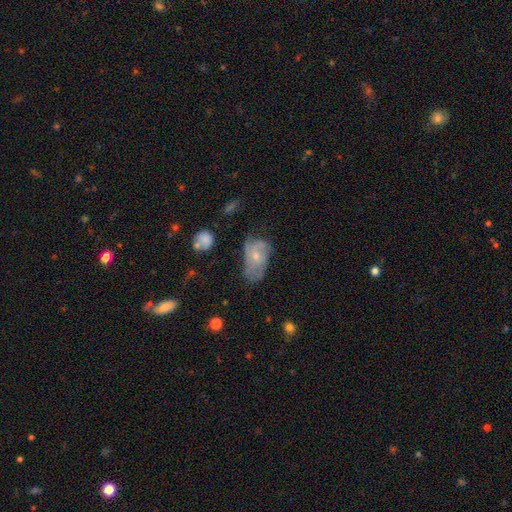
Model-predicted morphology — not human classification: This is possibly a featured or disk galaxy (49%). Merging: marginally none (38%).